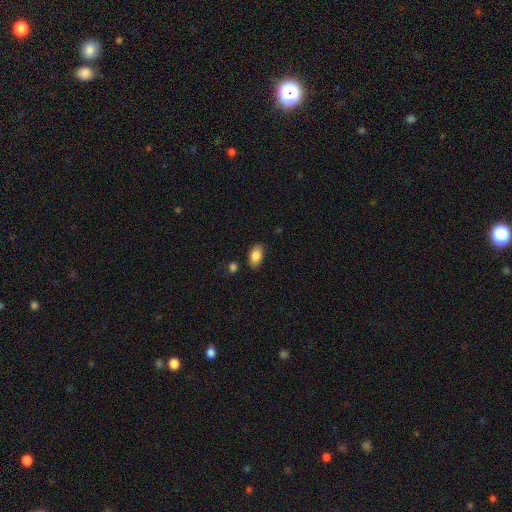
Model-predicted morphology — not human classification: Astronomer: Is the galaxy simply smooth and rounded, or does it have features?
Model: smooth — 87%.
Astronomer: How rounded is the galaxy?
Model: in between — 92%.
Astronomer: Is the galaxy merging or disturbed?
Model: none — 82%.